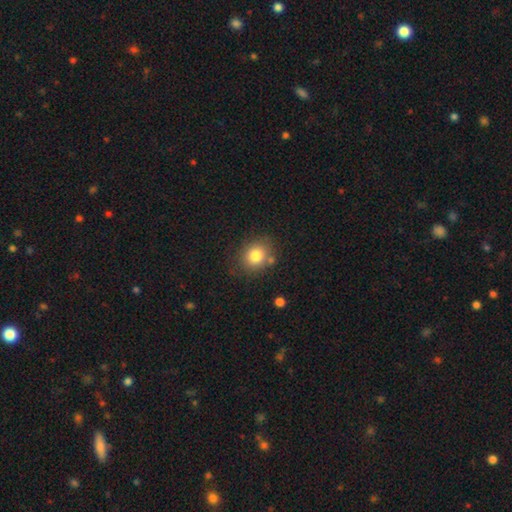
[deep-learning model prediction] This appears to be a smooth galaxy with no disk features (81%) that is round (67%). Merging: none (77%).